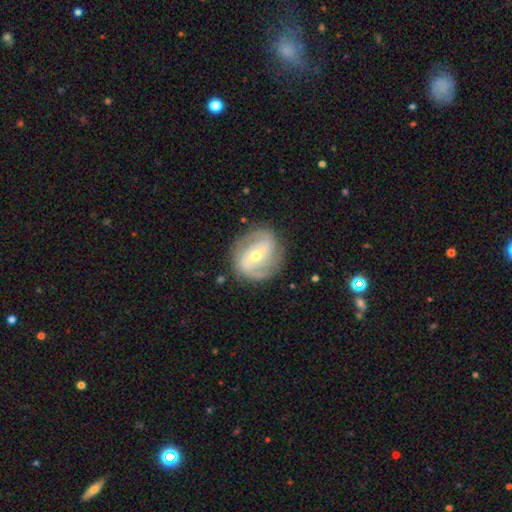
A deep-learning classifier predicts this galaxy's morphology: Overall: featured or disk (84%). Edge-on disk: no (97%). Bar: weak (42%; no 31%). Spiral arms: yes (93%). Spiral arm count: 2 (69%). Spiral winding: tight (46%; medium 41%). Bulge size: moderate (52%; small 44%). Merging: none (80%).